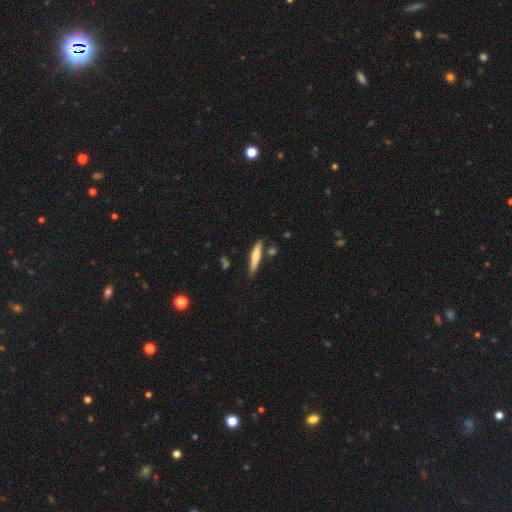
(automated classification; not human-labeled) smooth_or_featured: smooth (p=0.59) [alt: featured or disk p=0.35]
how_rounded: cigar-shaped (p=0.89) [alt: in between p=0.10]
merging: none (p=0.77) [alt: minor disturbance p=0.15]